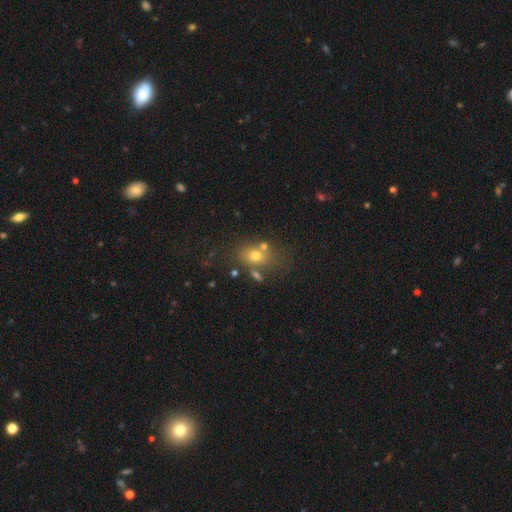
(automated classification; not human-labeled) Q: Smooth or featured?
A: smooth (66%); runner-up: featured or disk (19%)
Q: How rounded?
A: in between (61%); runner-up: round (37%)
Q: Merging?
A: none (54%); runner-up: merger (23%)